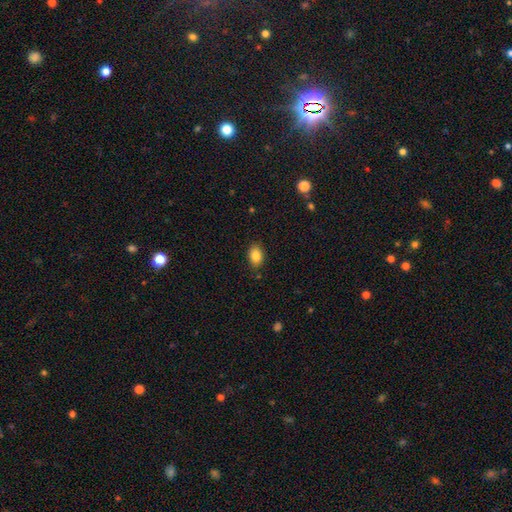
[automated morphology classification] This is clearly a smooth galaxy (84%). How rounded: likely in between (79%). Merging: clearly none (86%).